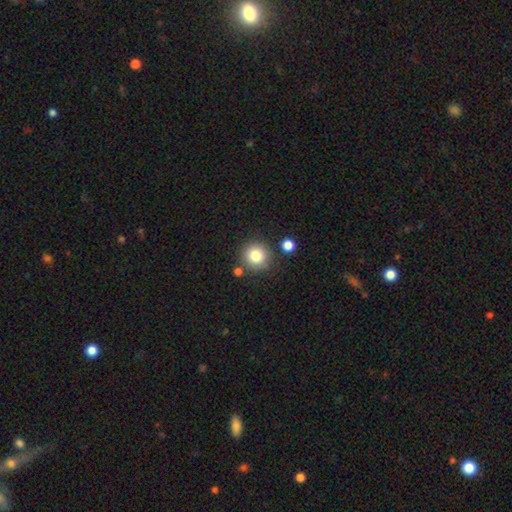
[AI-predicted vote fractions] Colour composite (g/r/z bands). It shows a smooth galaxy with no disk features (82%) that is round (93%). Merging: none (80%).